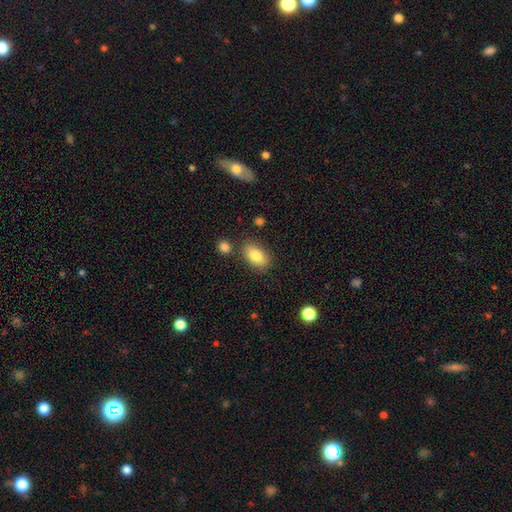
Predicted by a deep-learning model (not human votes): smooth-or-featured: smooth: 83% | featured or disk: 10% | star or artifact: 7%
  how-rounded: in between: 91% | round: 6% | cigar-shaped: 3%
  merging: none: 78% | minor disturbance: 12% | merger: 6% | major disturbance: 3%